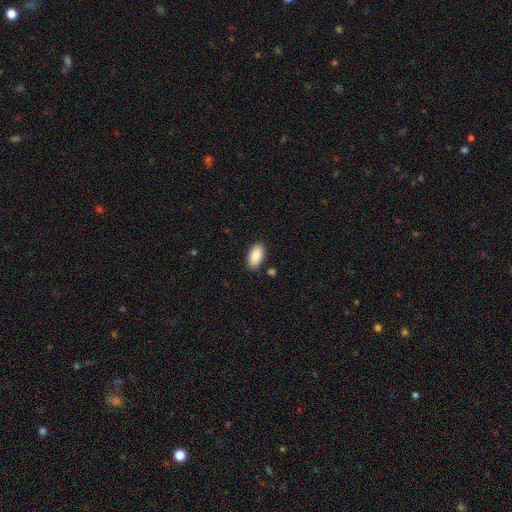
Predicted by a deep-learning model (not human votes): This is clearly a smooth galaxy (90%). How rounded: clearly in between (95%). Merging: clearly none (86%).